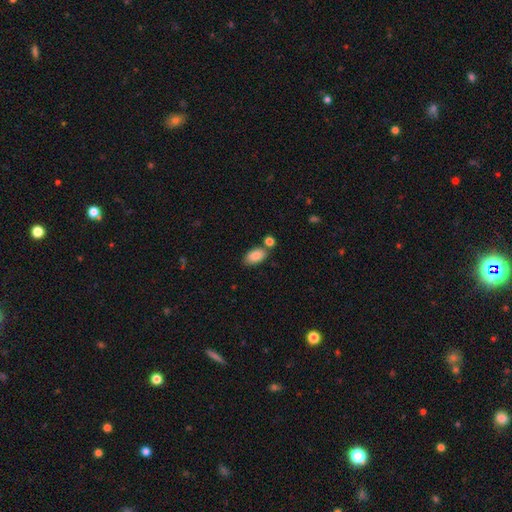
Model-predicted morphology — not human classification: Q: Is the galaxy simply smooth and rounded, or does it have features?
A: smooth — 87%.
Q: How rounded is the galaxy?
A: in between — 93%.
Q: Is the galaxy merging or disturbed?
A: none — 68%.